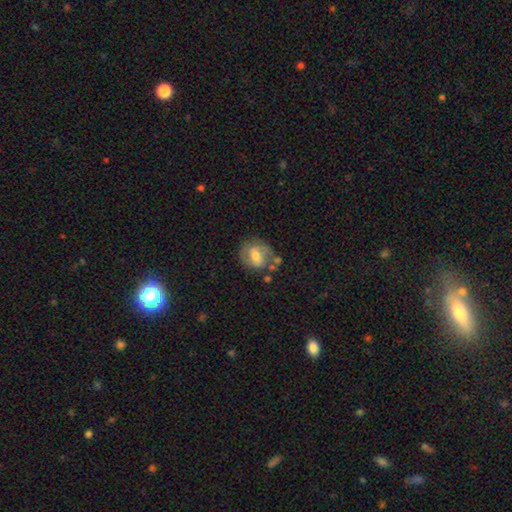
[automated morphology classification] smooth-or-featured: smooth: 53% | featured or disk: 39% | star or artifact: 8%
  how-rounded: round: 55% | in between: 43% | cigar-shaped: 2%
  merging: none: 56% | minor disturbance: 22% | merger: 12% | major disturbance: 10%